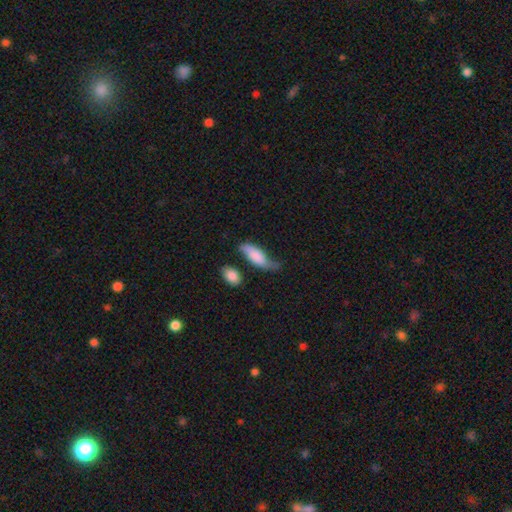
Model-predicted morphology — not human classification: Smooth or featured? Predicted: smooth (p=0.63). How rounded? Predicted: in between (p=0.73). Merging? Predicted: none (p=0.38).